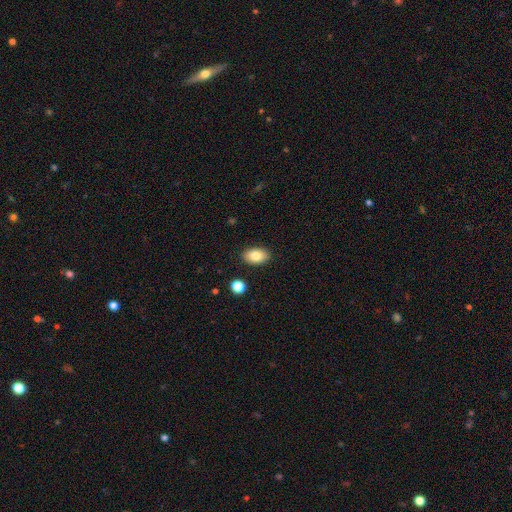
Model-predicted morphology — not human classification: smooth-or-featured: smooth: 85% | featured or disk: 8% | star or artifact: 7%
  how-rounded: in between: 91% | round: 8% | cigar-shaped: 1%
  merging: none: 89% | minor disturbance: 8% | major disturbance: 2% | merger: 2%